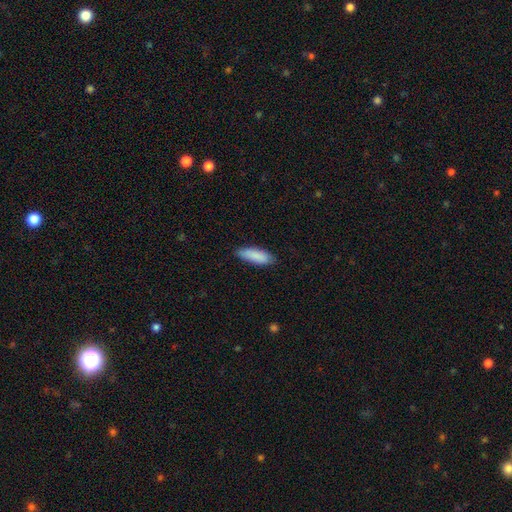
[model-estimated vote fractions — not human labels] smooth_or_featured: smooth (p=0.89) [alt: star or artifact p=0.06]
how_rounded: in between (p=0.61) [alt: cigar-shaped p=0.38]
merging: none (p=0.84) [alt: minor disturbance p=0.13]